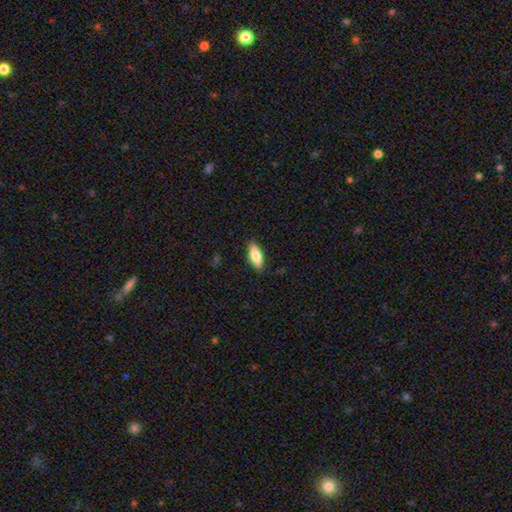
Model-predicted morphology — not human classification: Overall: smooth (75%). How rounded: in between (66%; cigar-shaped 31%). Merging: none (87%).